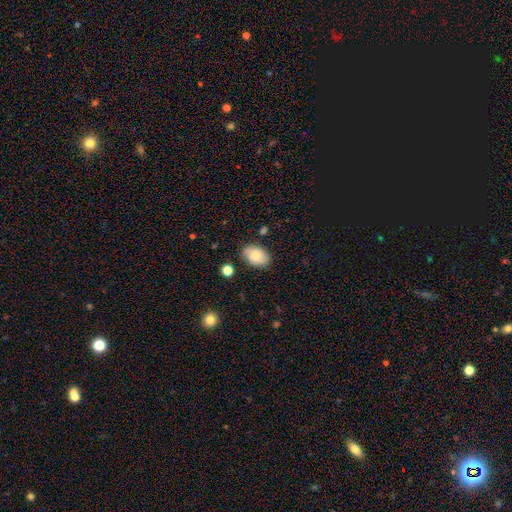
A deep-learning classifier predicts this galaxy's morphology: The model was most divided on "smooth or featured": smooth: 79%, featured or disk: 13%, star or artifact: 8%. More confident: how rounded — in between (86%); merging — none (82%).